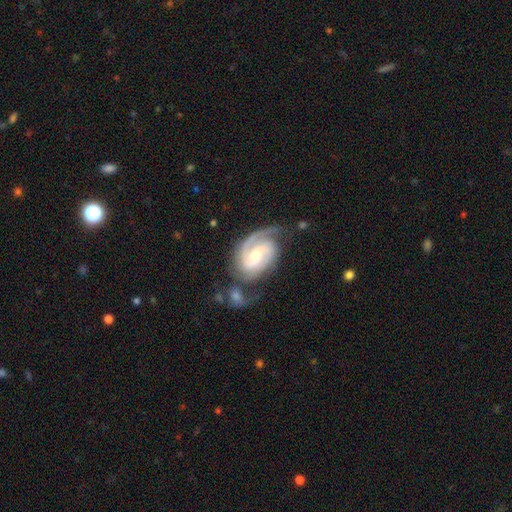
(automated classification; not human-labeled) A featured or disk galaxy (88%) with a weak bar (48%), 2 (64%) tight (51%) spiral arms (98%) and a moderate central bulge (47%).

Vote fractions:
- Smooth or featured? featured or disk: 88% / smooth: 7% / star or artifact: 4%
- Edge-on disk? no: 97% / yes: 3%
- Bar? weak: 48% / no: 36% / strong: 15%
- Spiral arms? yes: 98% / no: 2%
- Spiral winding? tight: 51% / medium: 41% / loose: 9%
- Spiral arm count? 2: 64% / 3: 15% / can't tell: 9% / 1: 8% / 4: 2% / more than 4: 2%
- Bulge size? moderate: 47% / small: 44% / large: 4% / none: 3% / dominant: 1%
- Merging? none: 53% / minor disturbance: 22% / major disturbance: 15% / merger: 10%